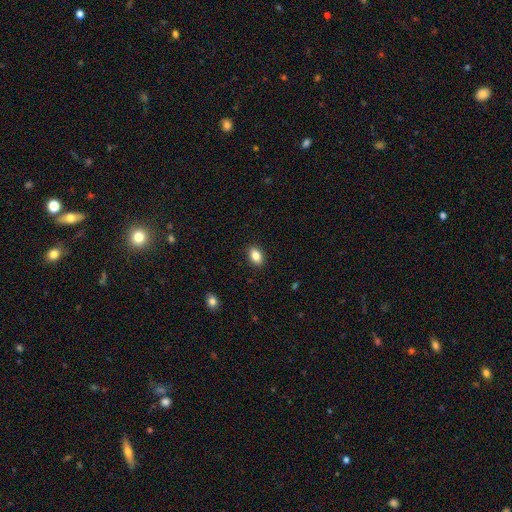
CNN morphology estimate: Overall: smooth (85%). How rounded: in between (85%). Merging: none (89%).